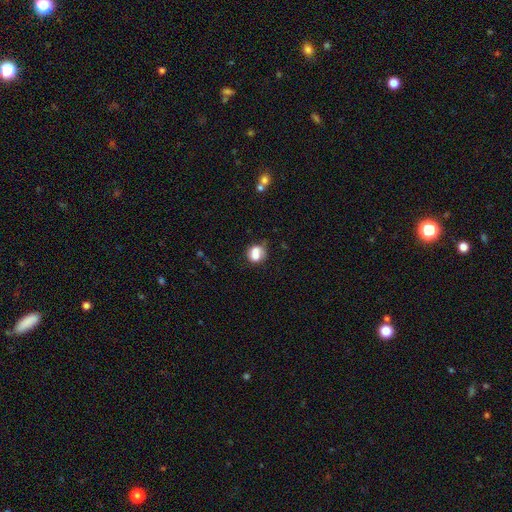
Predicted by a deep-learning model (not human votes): Q: Smooth or featured?
A: smooth (71%); runner-up: featured or disk (18%)
Q: How rounded?
A: round (57%); runner-up: in between (42%)
Q: Merging?
A: none (47%); runner-up: minor disturbance (23%)